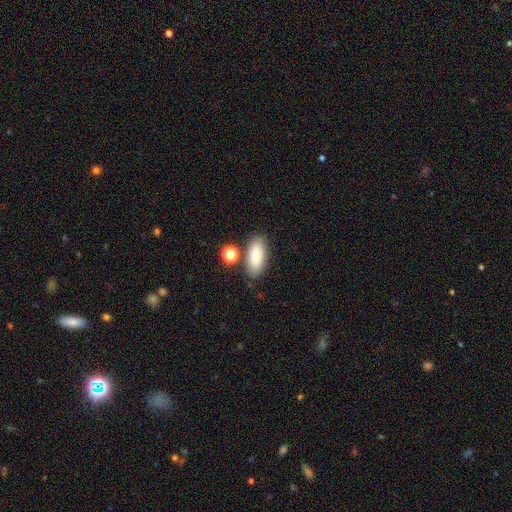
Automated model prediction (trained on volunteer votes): smooth_or_featured: smooth (p=0.84) [alt: featured or disk p=0.09]
how_rounded: in between (p=0.86) [alt: cigar-shaped p=0.11]
merging: none (p=0.76) [alt: minor disturbance p=0.13]